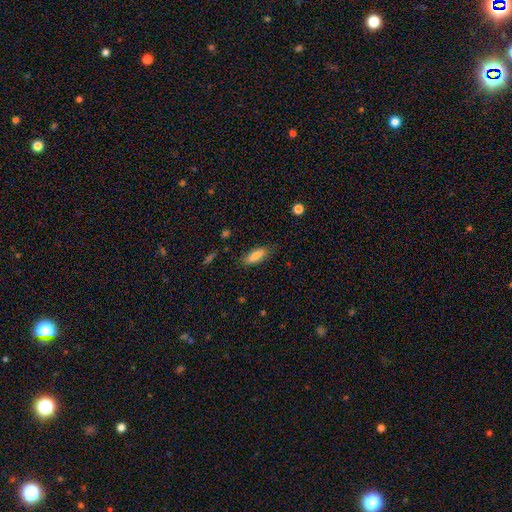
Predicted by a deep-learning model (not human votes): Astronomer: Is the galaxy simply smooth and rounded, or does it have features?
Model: smooth — 83%.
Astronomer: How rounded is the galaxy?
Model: in between — 69%.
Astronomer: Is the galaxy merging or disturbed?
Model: none — 81%.